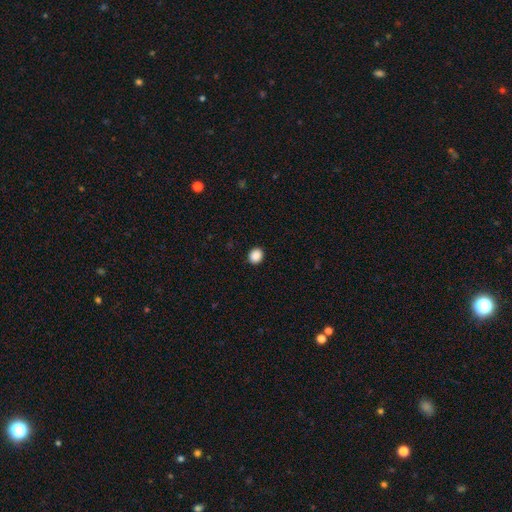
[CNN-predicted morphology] smooth 89%, star or artifact 9%, featured or disk 2%. Down the decision tree: how rounded — round (72%); merging — none (92%).